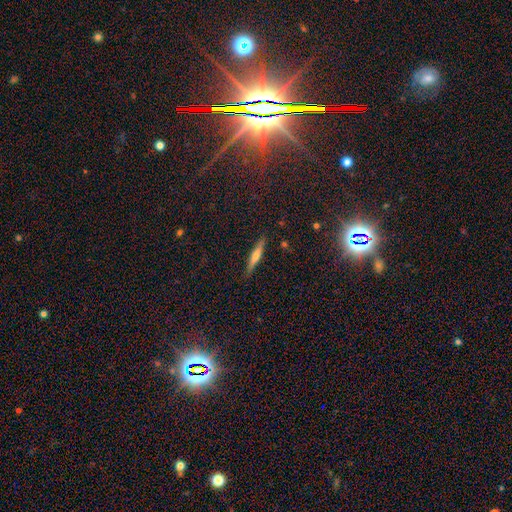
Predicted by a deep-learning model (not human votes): Overall: smooth (46%; featured or disk 45%). Merging: none (89%).